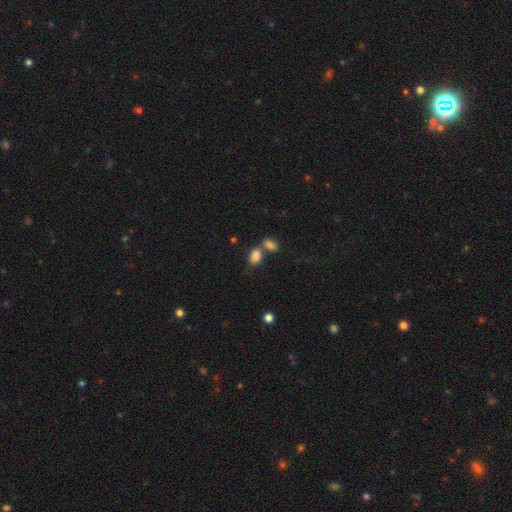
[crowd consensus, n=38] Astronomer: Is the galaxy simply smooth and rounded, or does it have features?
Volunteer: smooth — 92%.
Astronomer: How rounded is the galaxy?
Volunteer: in between — 91%.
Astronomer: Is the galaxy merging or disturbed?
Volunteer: merger — 61%.